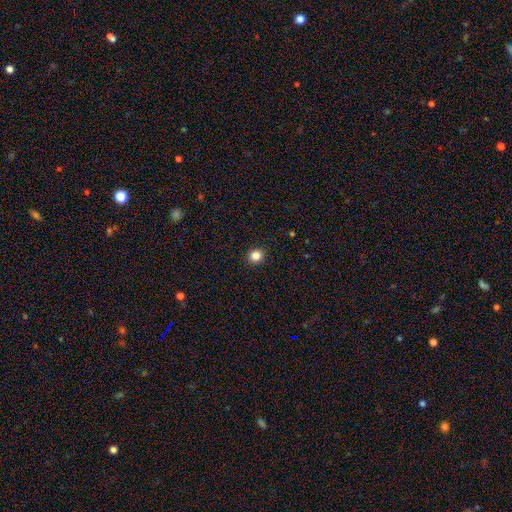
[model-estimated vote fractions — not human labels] A smooth galaxy with no disk features (84%) that is round (85%).

Vote fractions:
- Smooth or featured? smooth: 84% / star or artifact: 12% / featured or disk: 4%
- How rounded? round: 85% / in between: 14% / cigar-shaped: 1%
- Merging? none: 92% / minor disturbance: 5% / major disturbance: 2% / merger: 1%